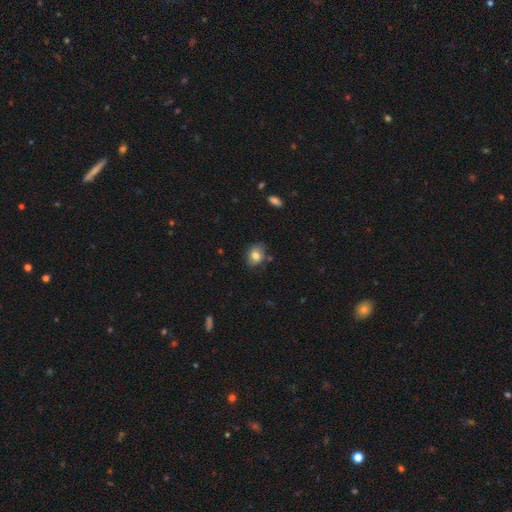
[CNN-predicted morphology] A smooth galaxy with no disk features (79%) that is in between round and cigar-shaped (64%).

Vote fractions:
- Smooth or featured? smooth: 79% / featured or disk: 12% / star or artifact: 9%
- How rounded? in between: 64% / round: 35% / cigar-shaped: 1%
- Merging? none: 75% / minor disturbance: 18% / merger: 4% / major disturbance: 3%